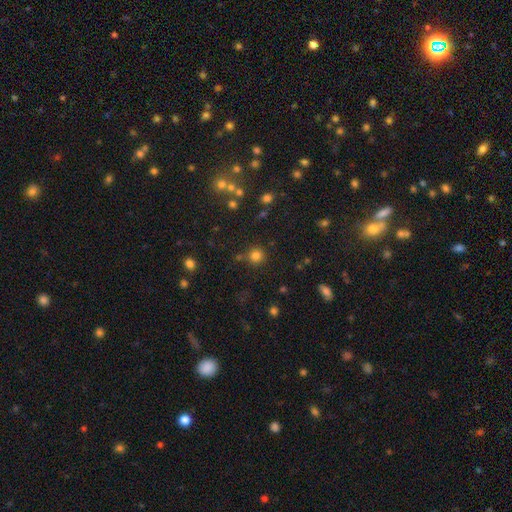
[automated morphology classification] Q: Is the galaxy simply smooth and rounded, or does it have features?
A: smooth — 78%.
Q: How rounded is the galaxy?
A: round — 94%.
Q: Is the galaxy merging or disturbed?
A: none — 81%.